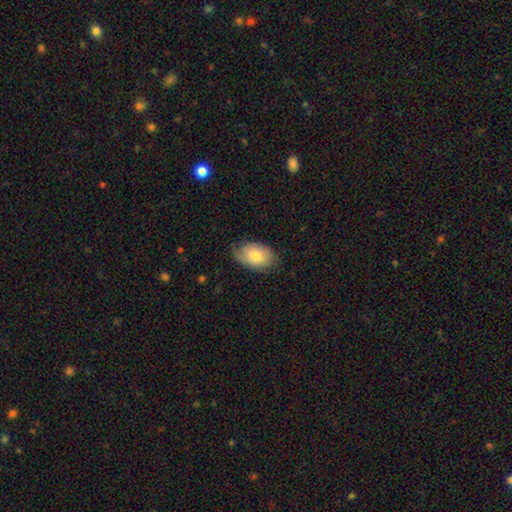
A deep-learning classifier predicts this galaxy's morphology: Smooth or featured: smooth — 69% (featured or disk — 25%)
How rounded: in between — 88% (round — 11%)
Merging: none — 67% (minor disturbance — 26%)